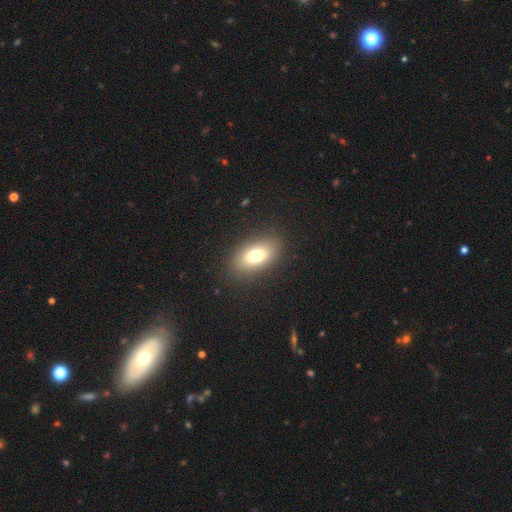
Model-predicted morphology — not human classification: This is likely a smooth galaxy (74%). How rounded: clearly in between (86%). Merging: clearly none (87%).